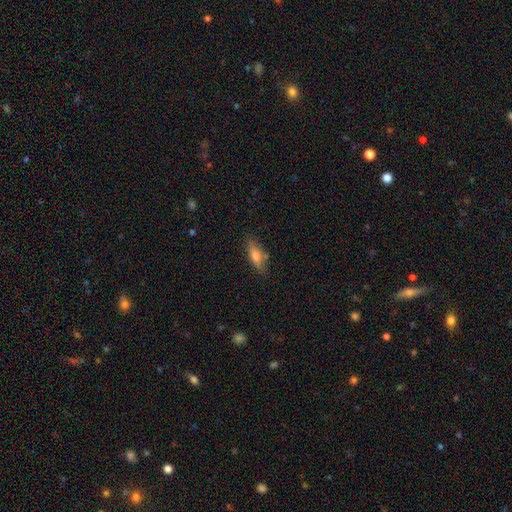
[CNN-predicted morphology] Q: Smooth or featured?
A: smooth (65%); runner-up: featured or disk (27%)
Q: How rounded?
A: cigar-shaped (49%); runner-up: in between (48%)
Q: Merging?
A: none (77%); runner-up: minor disturbance (16%)